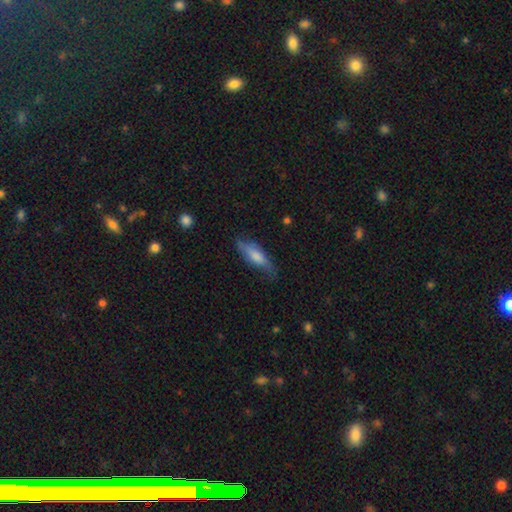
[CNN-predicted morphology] smooth-or-featured: smooth: 49% | featured or disk: 42% | star or artifact: 9%
  merging: none: 74% | minor disturbance: 20% | major disturbance: 5% | merger: 1%